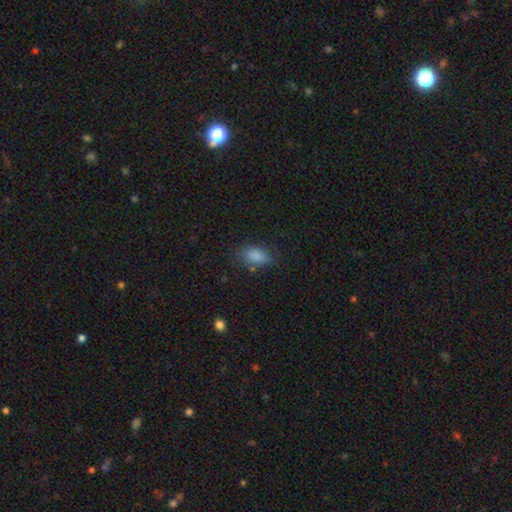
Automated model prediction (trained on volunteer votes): Morphology: type=smooth (85%); roundness=in between (89%); merging=none (69%).